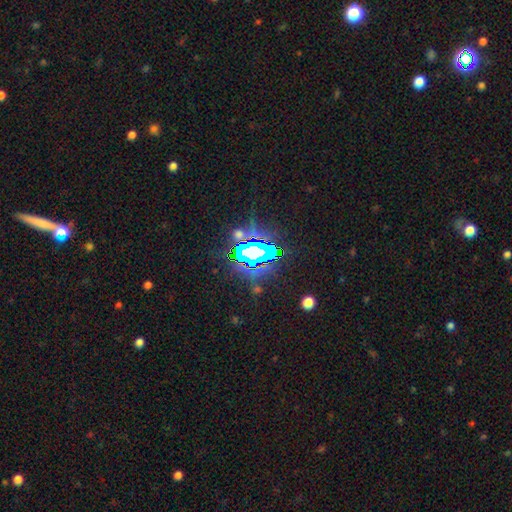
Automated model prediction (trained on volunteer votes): Morphology: type=star or artifact (74%).